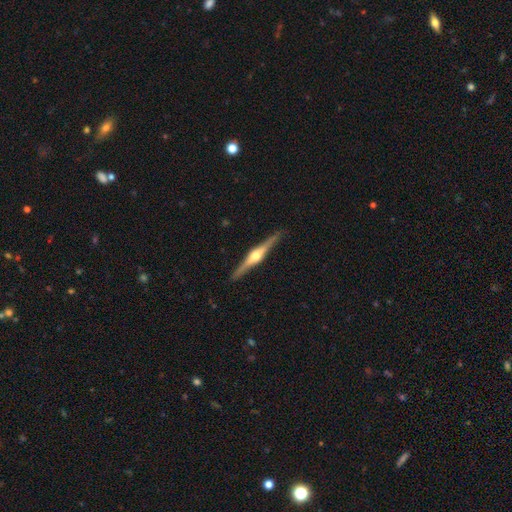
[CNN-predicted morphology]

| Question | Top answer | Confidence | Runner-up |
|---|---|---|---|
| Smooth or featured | featured or disk | 84% | smooth (12%) |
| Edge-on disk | yes | 98% | no (2%) |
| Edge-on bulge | rounded | 94% | boxy (4%) |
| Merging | none | 91% | minor disturbance (6%) |